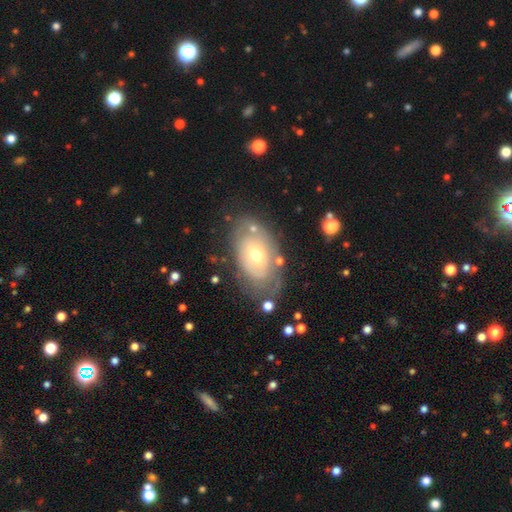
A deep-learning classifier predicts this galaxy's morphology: A featured or disk galaxy (60%) with no bar (78%), spiral arms (50%, tied with no) and a moderate central bulge (57%). Merging: none (67%).